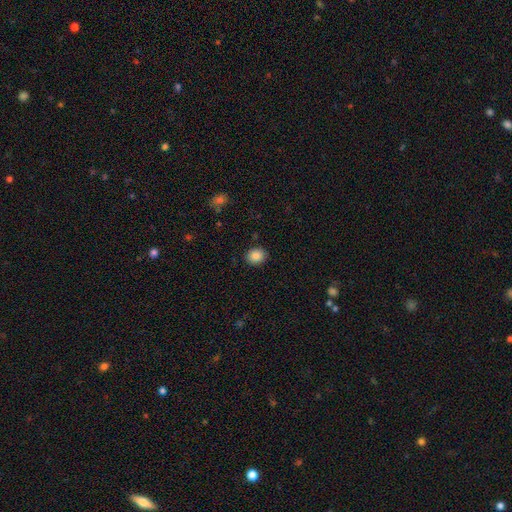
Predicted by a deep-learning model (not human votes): This appears to be a smooth galaxy with no disk features (85%) that is round (66%). Merging: none (89%).